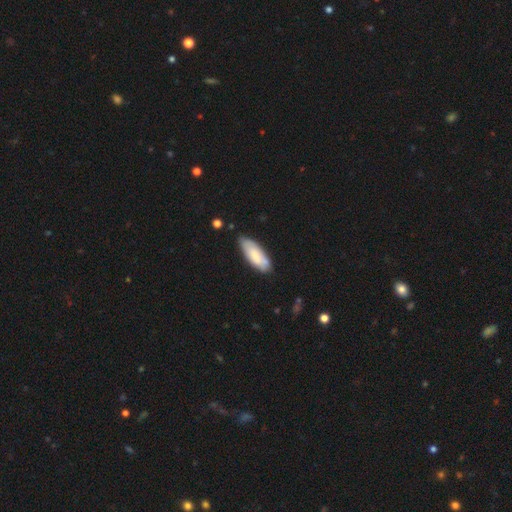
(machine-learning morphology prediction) A smooth galaxy with no disk features (72%) that is in between round and cigar-shaped (73%). Merging: none (73%).